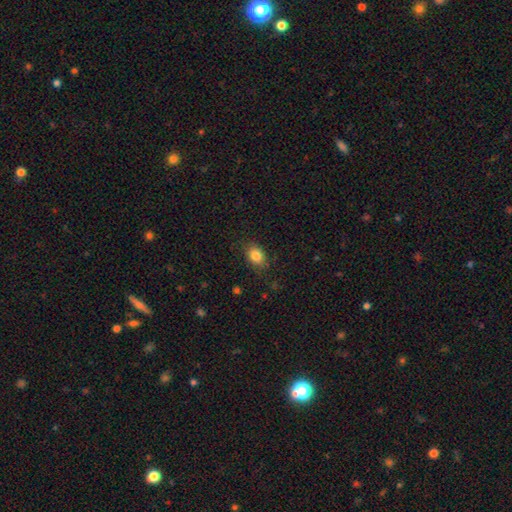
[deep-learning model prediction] A smooth galaxy with no disk features (84%) that is in between round and cigar-shaped (69%). Merging: none (82%).